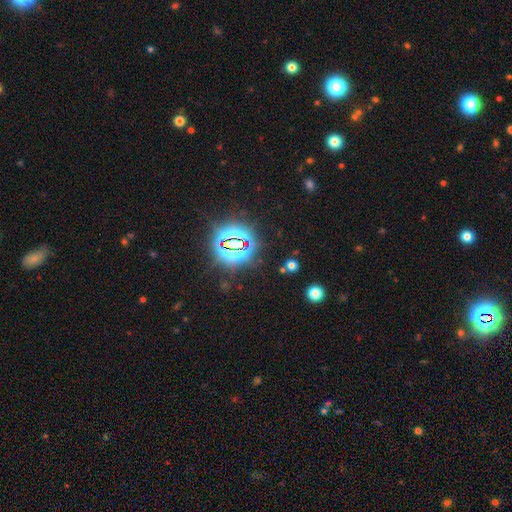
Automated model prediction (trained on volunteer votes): Smooth or featured: star or artifact — 80% (smooth — 14%)